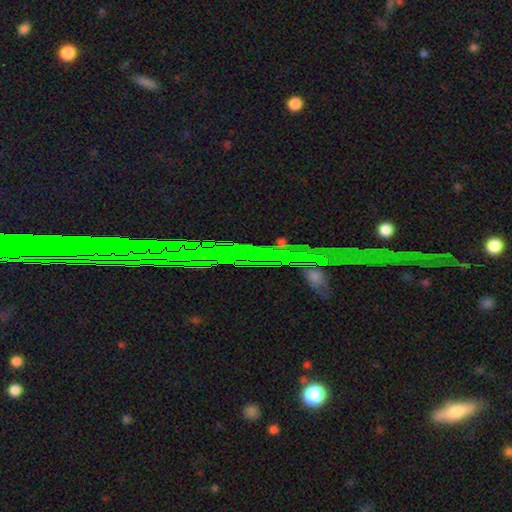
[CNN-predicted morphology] A star or artifact, not a galaxy (80%).

Vote fractions:
- Smooth or featured? star or artifact: 80% / featured or disk: 11% / smooth: 9%